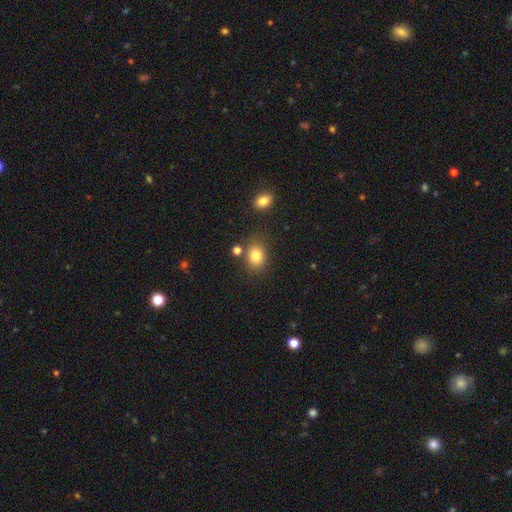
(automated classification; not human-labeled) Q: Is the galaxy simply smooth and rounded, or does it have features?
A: smooth — 82%.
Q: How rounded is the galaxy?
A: round — 53%.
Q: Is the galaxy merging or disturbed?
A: none — 74%.